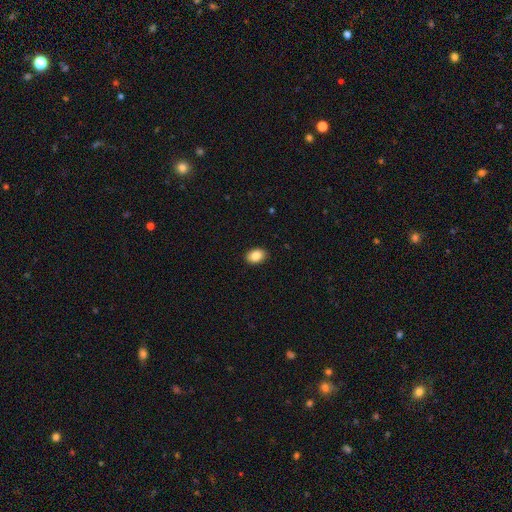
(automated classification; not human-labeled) Morphology: type=smooth (87%); roundness=in between (77%); merging=none (90%).